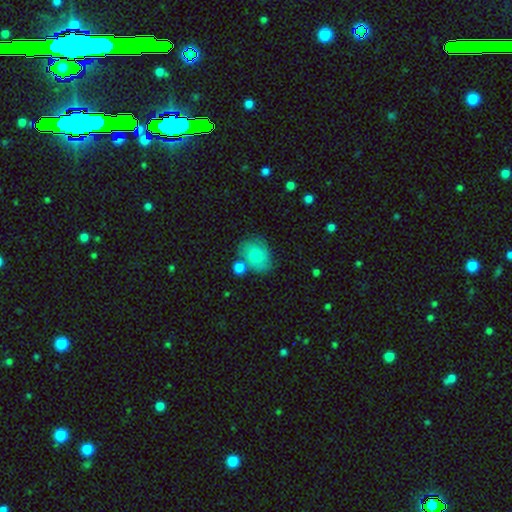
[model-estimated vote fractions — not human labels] This is likely a smooth galaxy (74%). How rounded: possibly in between (59%). Merging: possibly none (57%).